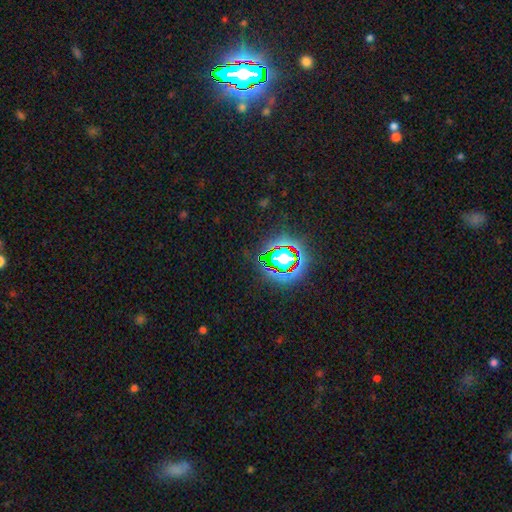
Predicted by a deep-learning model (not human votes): This is clearly a star or artifact rather than a galaxy (81%).